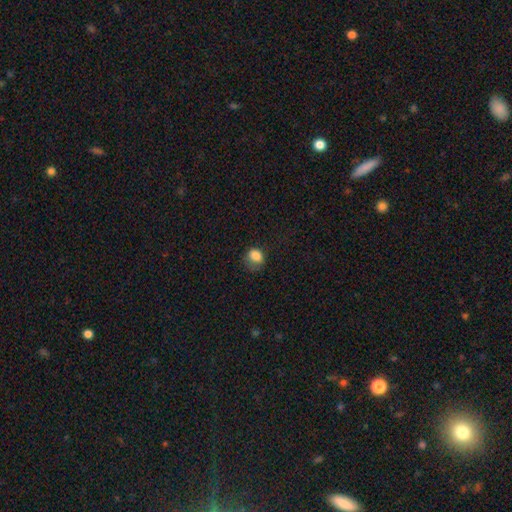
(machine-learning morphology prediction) smooth 83%, star or artifact 10%, featured or disk 7%. Down the decision tree: how rounded — in between (54%); merging — none (49%).